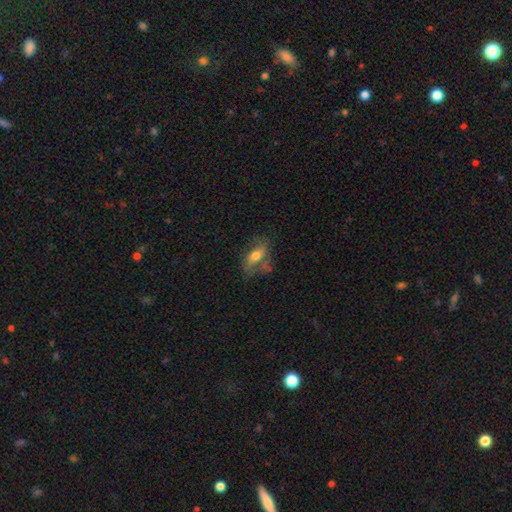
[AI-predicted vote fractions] Smooth or featured? smooth (50%)
Merging? none (51%)